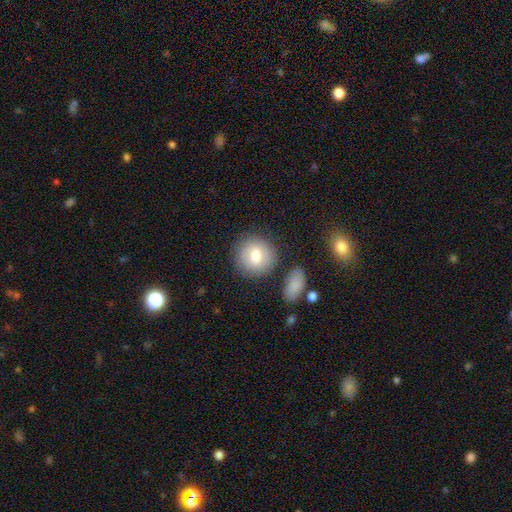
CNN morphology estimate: A smooth galaxy with no disk features (77%) that is round (88%). Merging: none (80%).